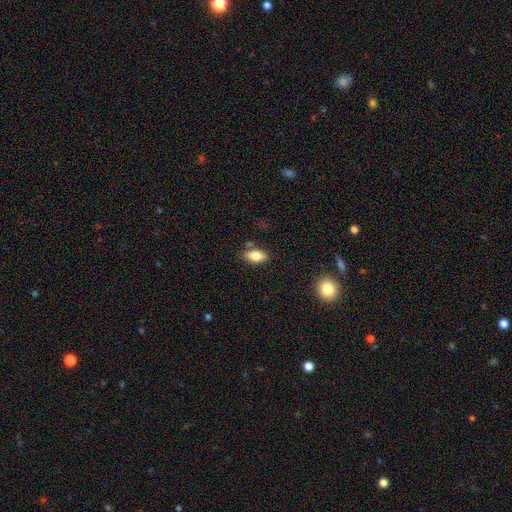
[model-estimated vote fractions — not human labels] A smooth galaxy with no disk features (75%) that is in between round and cigar-shaped (86%). Merging: none (77%).